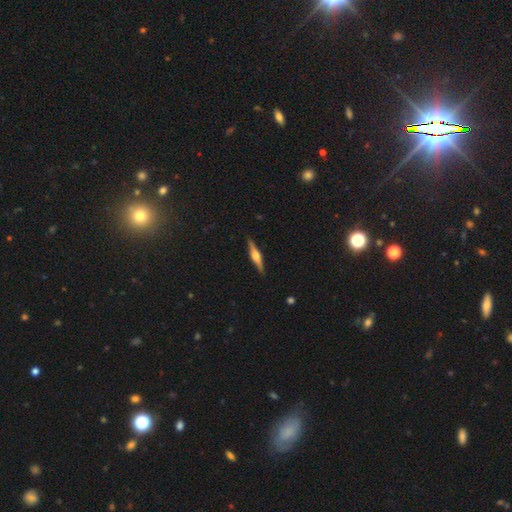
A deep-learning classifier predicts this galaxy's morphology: smooth_or_featured: featured or disk (p=0.73) [alt: smooth p=0.21]
disk_edge_on: yes (p=0.98) [alt: no p=0.02]
edge_on_bulge: rounded (p=0.91) [alt: boxy p=0.07]
merging: none (p=0.91) [alt: minor disturbance p=0.07]